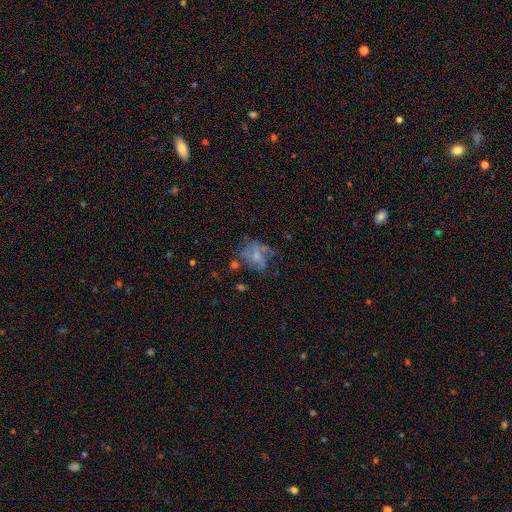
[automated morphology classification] Smooth or featured?
  - featured or disk: 52% *
  - smooth: 34%
  - star or artifact: 14%
Edge-on disk?
  - no: 97% *
  - yes: 3%
Bar?
  - no: 71% *
  - weak: 24%
  - strong: 5%
Spiral arms?
  - no: 59% *
  - yes: 41%
Bulge size?
  - small: 43% *
  - none: 27%
  - moderate: 26%
  - large: 3%
  - dominant: 1%
Merging?
  - none: 37% *
  - major disturbance: 32%
  - minor disturbance: 22%
  - merger: 9%